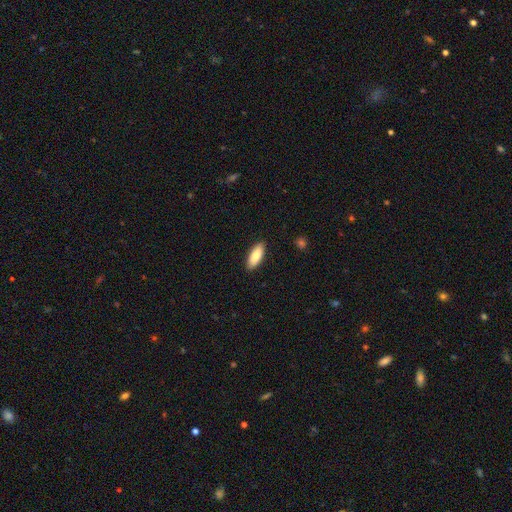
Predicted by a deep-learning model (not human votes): Smooth or featured? smooth (83%)
How rounded? in between (73%)
Merging? none (89%)